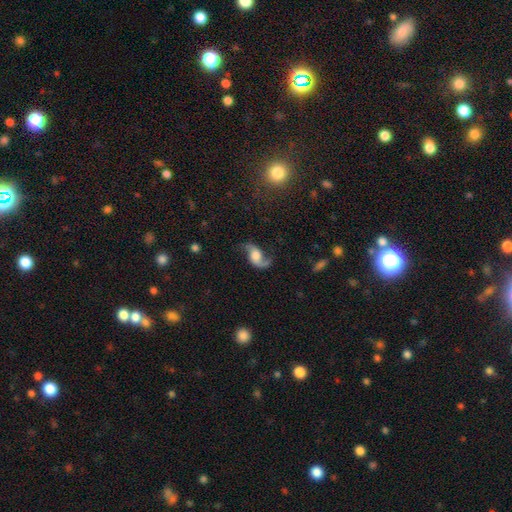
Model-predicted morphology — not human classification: The model was most divided on "bulge size": large: 39%, moderate: 28%, none: 13%, small: 13%, dominant: 7%. More confident: edge-on disk — no (97%); spiral arms — yes (96%); spiral arm count — 2 (90%); smooth or featured — featured or disk (83%); spiral winding — loose (76%); merging — none (68%); bar — no (60%).